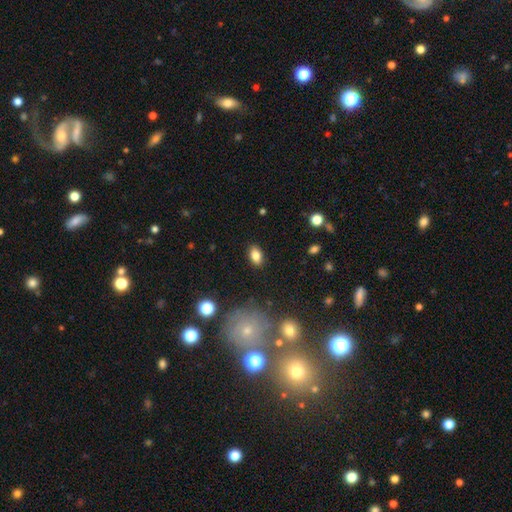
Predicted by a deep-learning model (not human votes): smooth-or-featured: smooth: 82% | star or artifact: 9% | featured or disk: 9%
  how-rounded: in between: 87% | round: 10% | cigar-shaped: 2%
  merging: none: 87% | minor disturbance: 9% | major disturbance: 2% | merger: 1%